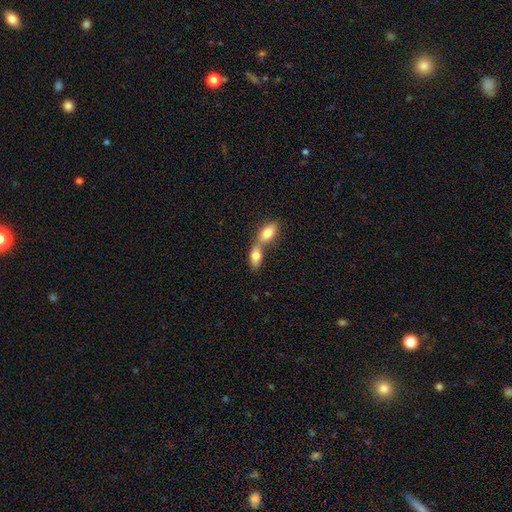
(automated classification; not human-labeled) Smooth or featured? Predicted: smooth (p=0.80). How rounded? Predicted: in between (p=0.86). Merging? Predicted: merger (p=0.72).